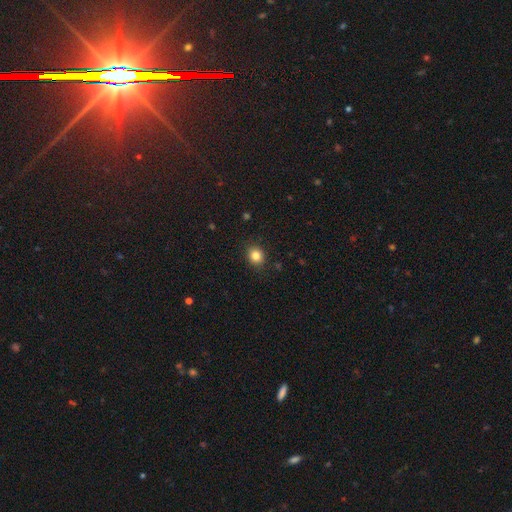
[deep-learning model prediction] smooth_or_featured: smooth (p=0.83) [alt: star or artifact p=0.11]
how_rounded: round (p=0.80) [alt: in between p=0.20]
merging: none (p=0.90) [alt: minor disturbance p=0.07]